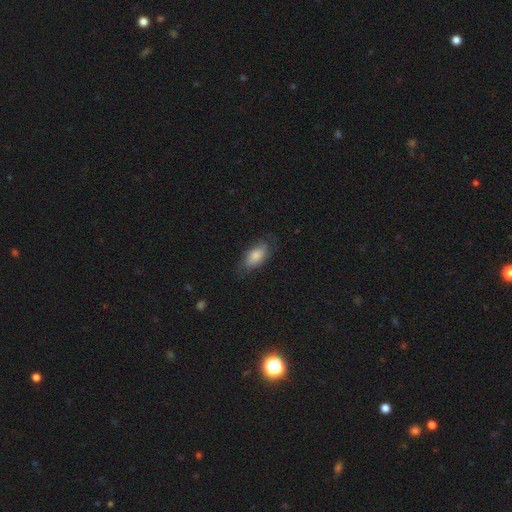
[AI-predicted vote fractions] Smooth or featured: smooth — 76% (featured or disk — 17%)
How rounded: in between — 87% (cigar-shaped — 9%)
Merging: none — 68% (minor disturbance — 23%)